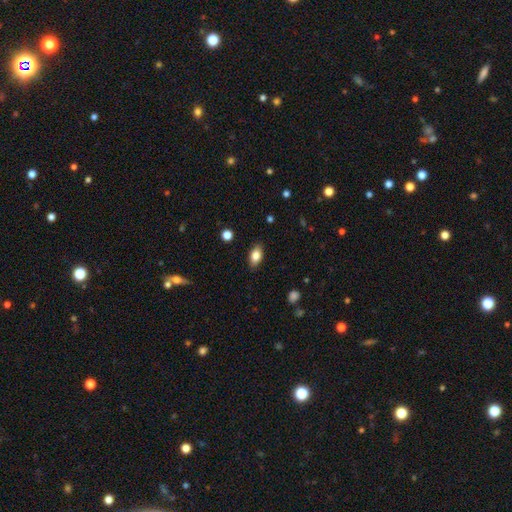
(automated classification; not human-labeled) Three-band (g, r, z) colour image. It shows a smooth galaxy with no disk features (82%) that is in between round and cigar-shaped (89%). Merging: none (87%).